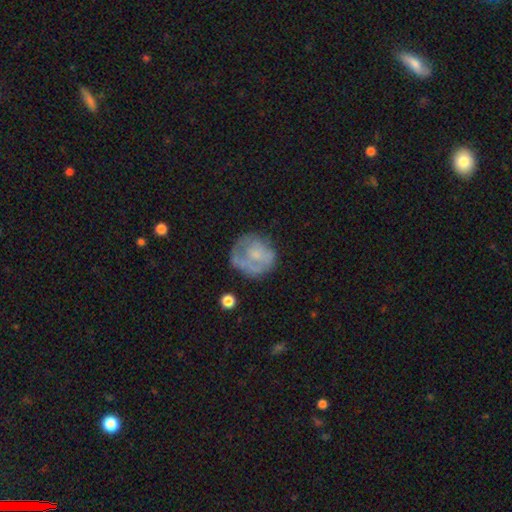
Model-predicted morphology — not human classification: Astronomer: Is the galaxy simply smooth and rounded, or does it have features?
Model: smooth — 47% (runner-up: featured or disk, 45%).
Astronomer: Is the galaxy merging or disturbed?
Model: none — 52%.